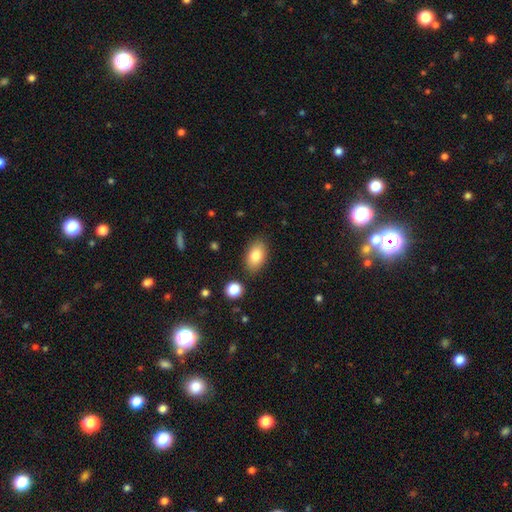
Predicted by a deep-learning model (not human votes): Overall: smooth (83%). How rounded: in between (91%). Merging: none (84%).